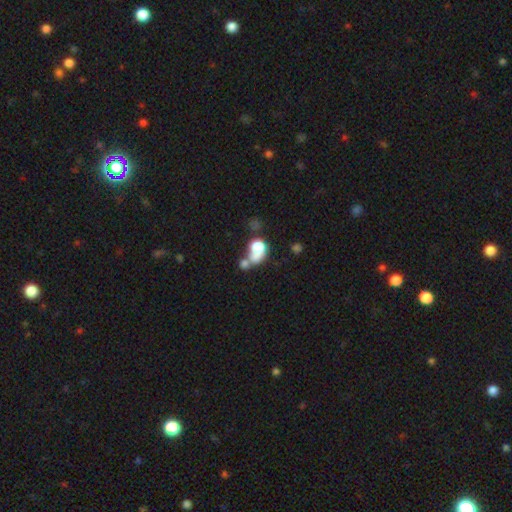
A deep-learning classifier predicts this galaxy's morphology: Overall: smooth (68%). How rounded: in between (56%; round 42%). Merging: merger (60%).